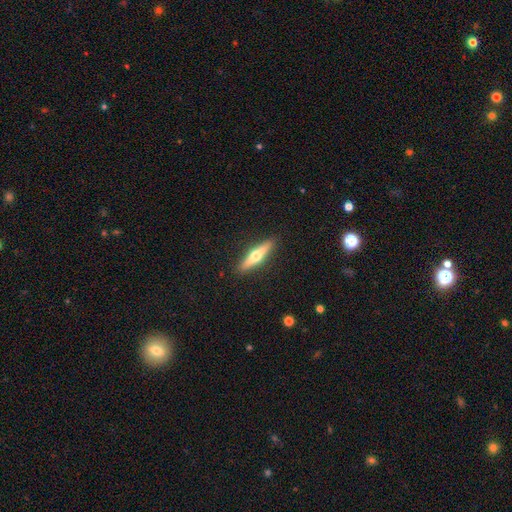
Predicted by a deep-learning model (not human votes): smooth-or-featured: featured or disk: 57% | smooth: 38% | star or artifact: 5%
  disk-edge-on: yes: 95% | no: 5%
    edge-on-bulge: rounded: 95% | none: 3% | boxy: 2%
  merging: none: 91% | minor disturbance: 6% | major disturbance: 2% | merger: 1%